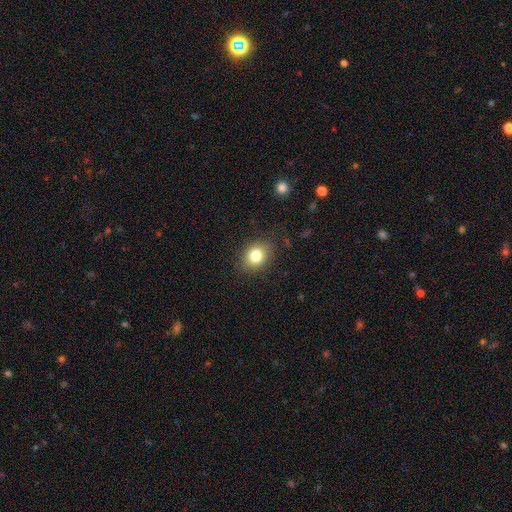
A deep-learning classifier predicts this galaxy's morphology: Smooth or featured?
  - smooth: 79% *
  - star or artifact: 11%
  - featured or disk: 10%
How rounded?
  - round: 50% *
  - in between: 49%
  - cigar-shaped: 1%
Merging?
  - none: 84% *
  - minor disturbance: 12%
  - major disturbance: 3%
  - merger: 1%